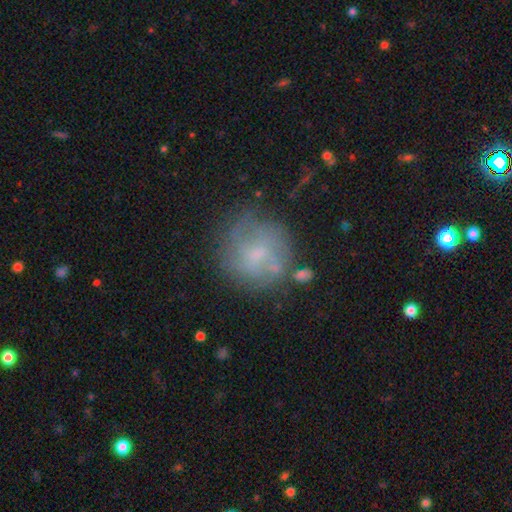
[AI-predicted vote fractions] Overall: featured or disk (45%; smooth 43%). Merging: none (65%).